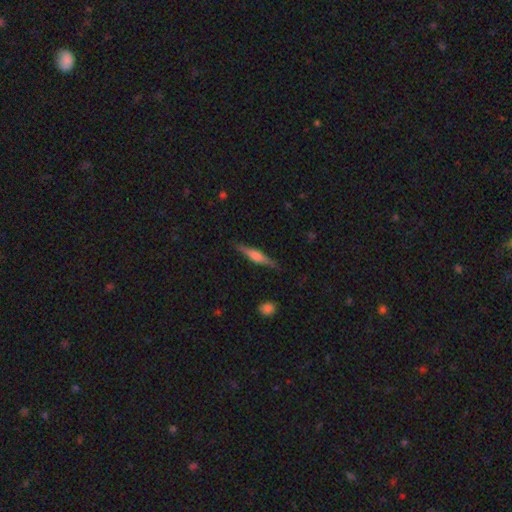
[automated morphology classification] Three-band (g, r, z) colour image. It shows a featured or disk galaxy (58%) viewed edge-on (97%) with a rounded central bulge (62%). Merging: none (86%).